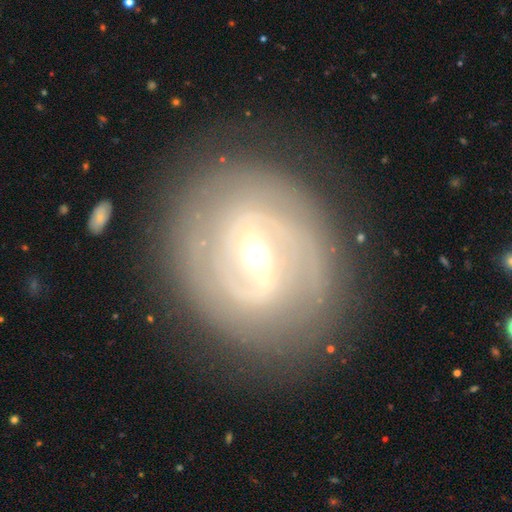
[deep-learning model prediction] Smooth or featured? Predicted: featured or disk (p=0.83). Edge-on disk? Predicted: no (p=0.96). Bar? Predicted: weak (p=0.49). Spiral arms? Predicted: yes (p=0.89). Spiral winding? Predicted: tight (p=0.59). Spiral arm count? Predicted: 2 (p=0.61). Bulge size? Predicted: moderate (p=0.53). Merging? Predicted: none (p=0.82).